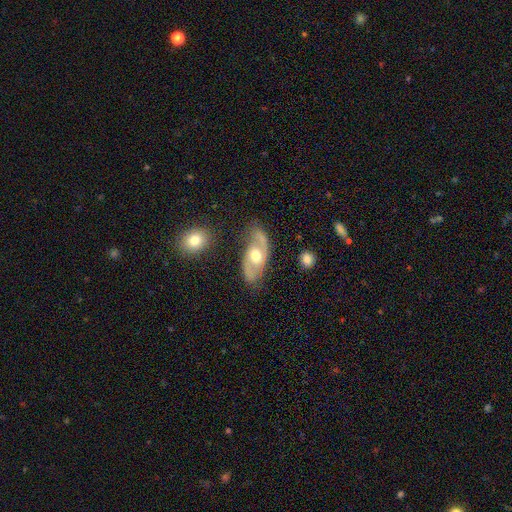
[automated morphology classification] Smooth or featured?
  - featured or disk: 75% *
  - smooth: 20%
  - star or artifact: 5%
Edge-on disk?
  - no: 92% *
  - yes: 8%
Bar?
  - no: 64% *
  - weak: 29%
  - strong: 8%
Spiral arms?
  - yes: 83% *
  - no: 17%
Spiral winding?
  - medium: 49% *
  - loose: 27%
  - tight: 24%
Spiral arm count?
  - 2: 82% *
  - can't tell: 8%
  - 1: 8%
  - 3: 1%
  - 4: 1%
  - more than 4: 1%
Bulge size?
  - moderate: 74% *
  - large: 14%
  - small: 10%
  - dominant: 1%
  - none: 1%
Merging?
  - none: 70% *
  - minor disturbance: 19%
  - major disturbance: 8%
  - merger: 3%